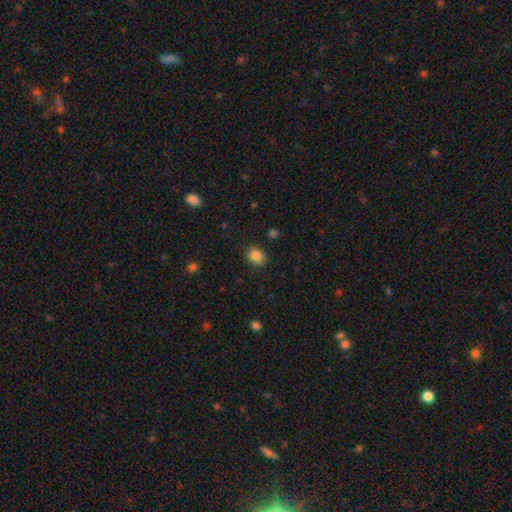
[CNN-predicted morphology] The model was most divided on "how rounded": round: 54%, in between: 45%, cigar-shaped: 1%. More confident: merging — none (86%); smooth or featured — smooth (86%).